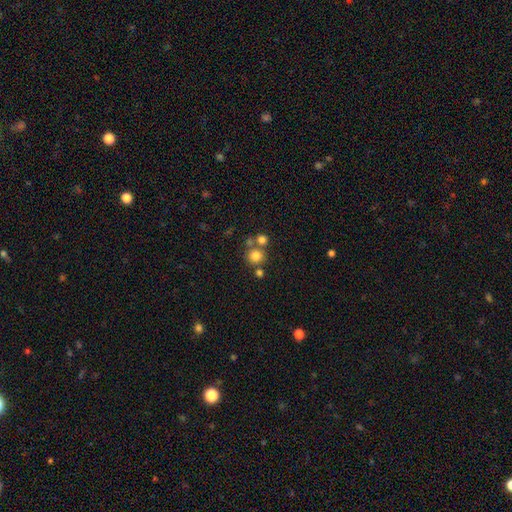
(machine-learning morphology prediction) smooth_or_featured: smooth (p=0.77) [alt: star or artifact p=0.14]
how_rounded: round (p=0.91) [alt: in between p=0.09]
merging: none (p=0.65) [alt: merger p=0.25]